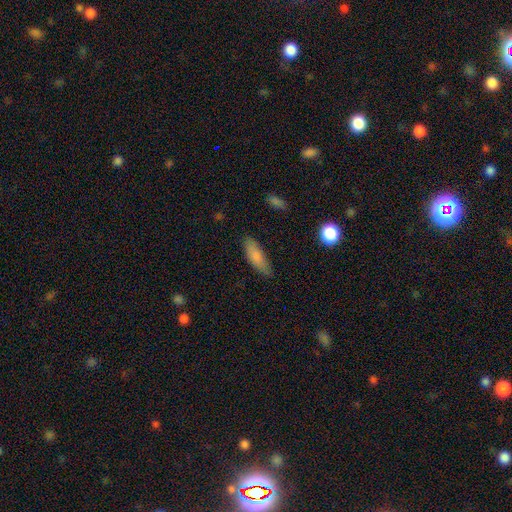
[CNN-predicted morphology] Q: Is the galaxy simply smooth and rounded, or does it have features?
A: smooth — 82%.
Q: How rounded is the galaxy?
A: in between — 56%.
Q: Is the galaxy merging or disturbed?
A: none — 79%.